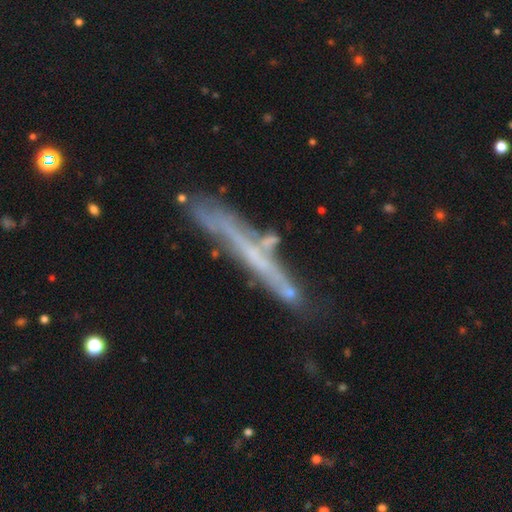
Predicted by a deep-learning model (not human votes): smooth-or-featured: featured or disk: 61% | smooth: 30% | star or artifact: 9%
  disk-edge-on: yes: 85% | no: 15%
    edge-on-bulge: none: 86% | rounded: 9% | boxy: 6%
  merging: none: 64% | minor disturbance: 21% | major disturbance: 8% | merger: 7%